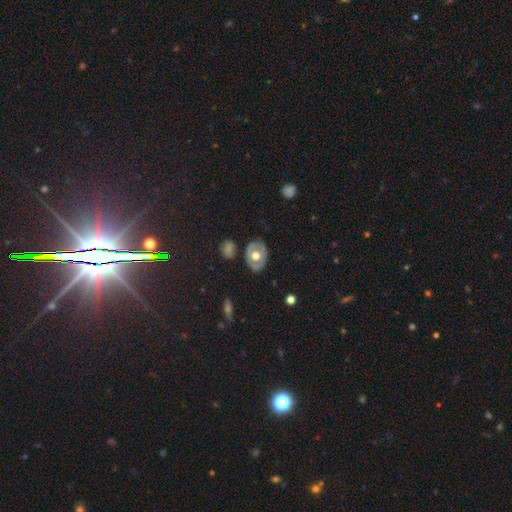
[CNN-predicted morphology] featured or disk 49%, smooth 44%, star or artifact 7%. Down the decision tree: merging — none (79%).